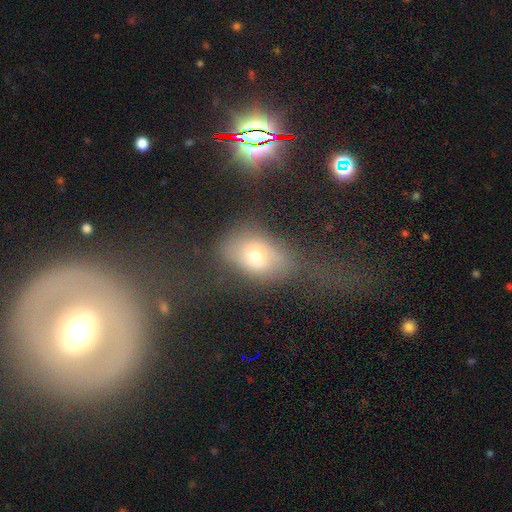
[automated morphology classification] type=smooth (55%); roundness=in between (74%); merging=major disturbance (39%).